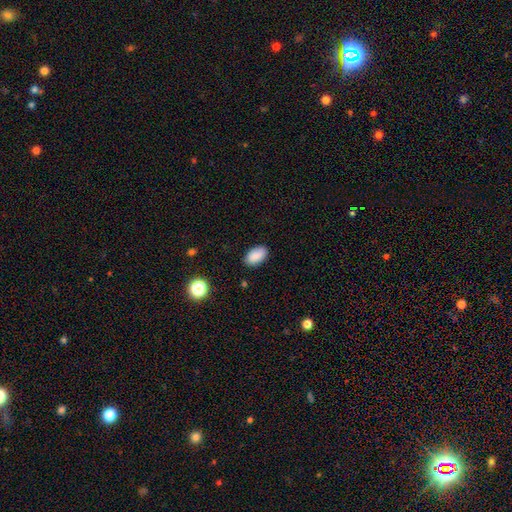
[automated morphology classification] Smooth or featured?
  - smooth: 89% *
  - star or artifact: 8%
  - featured or disk: 4%
How rounded?
  - in between: 94% *
  - round: 5%
  - cigar-shaped: 2%
Merging?
  - none: 87% *
  - minor disturbance: 10%
  - major disturbance: 2%
  - merger: 1%